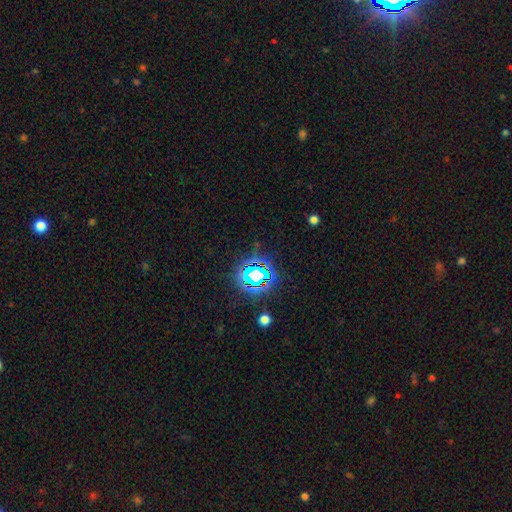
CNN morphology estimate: The model was most divided on "smooth or featured": star or artifact: 80%, smooth: 12%, featured or disk: 8%.